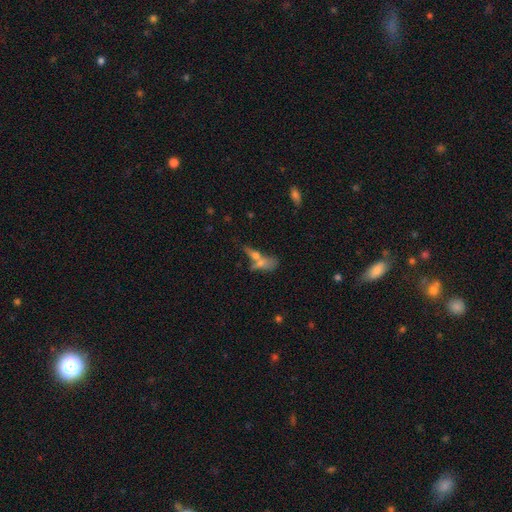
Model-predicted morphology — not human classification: Q: Smooth or featured?
A: smooth (44%); runner-up: featured or disk (31%)
Q: Merging?
A: none (39%); runner-up: merger (37%)